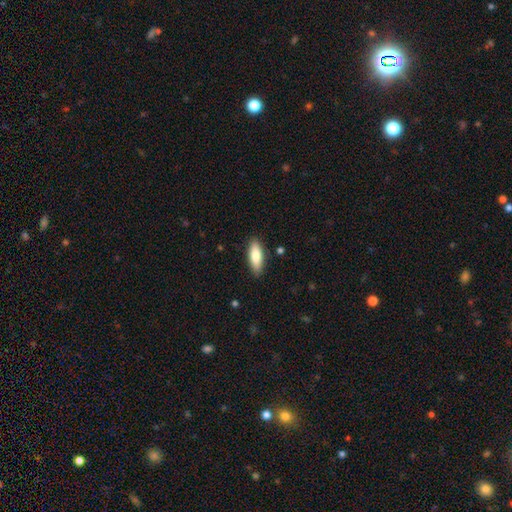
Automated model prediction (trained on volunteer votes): Smooth or featured: smooth — 81% (featured or disk — 13%)
How rounded: in between — 65% (cigar-shaped — 33%)
Merging: none — 87% (minor disturbance — 10%)